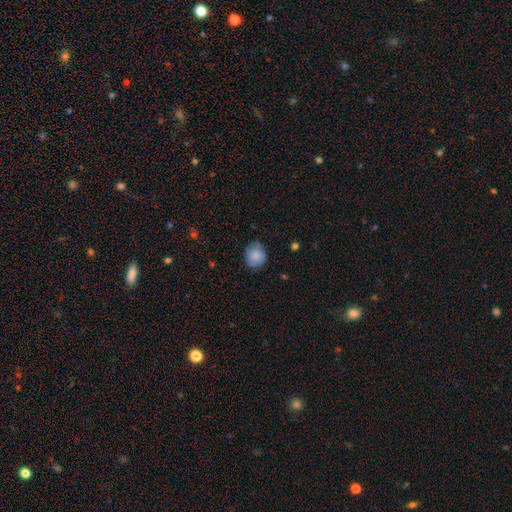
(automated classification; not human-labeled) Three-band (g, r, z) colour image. It shows a smooth galaxy with no disk features (81%) that is round (73%). Merging: none (71%).